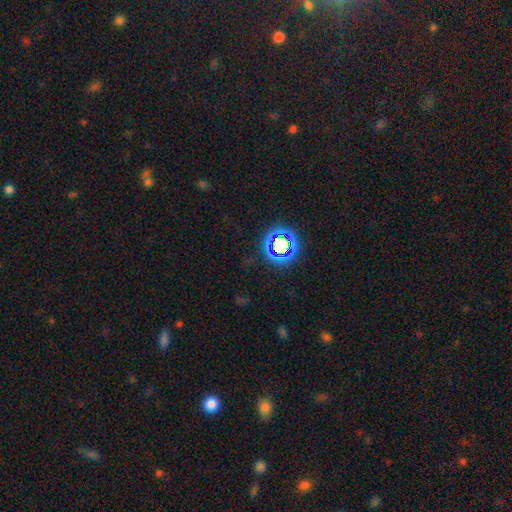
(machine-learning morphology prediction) smooth-or-featured: star or artifact: 73% | smooth: 20% | featured or disk: 7%